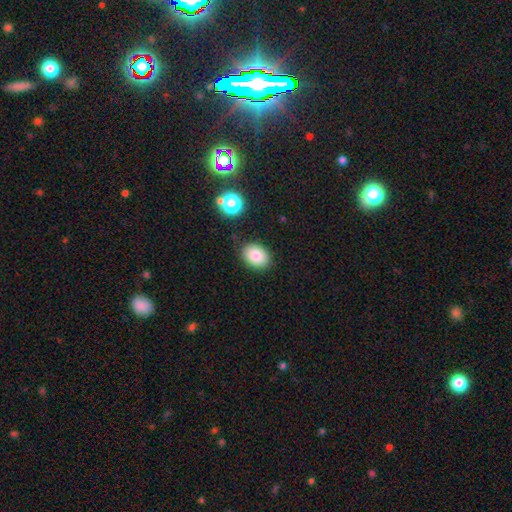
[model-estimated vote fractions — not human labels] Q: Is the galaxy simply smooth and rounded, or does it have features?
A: smooth — 84%.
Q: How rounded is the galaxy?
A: in between — 71%.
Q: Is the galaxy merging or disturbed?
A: none — 85%.